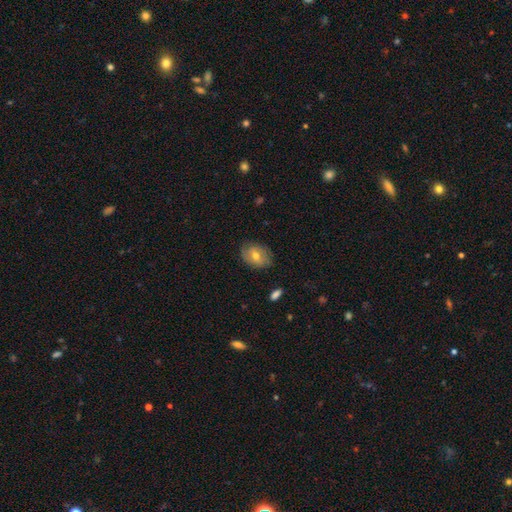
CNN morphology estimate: This appears to be a smooth galaxy with no disk features (56%) that is in between round and cigar-shaped (70%). Merging: none (80%).